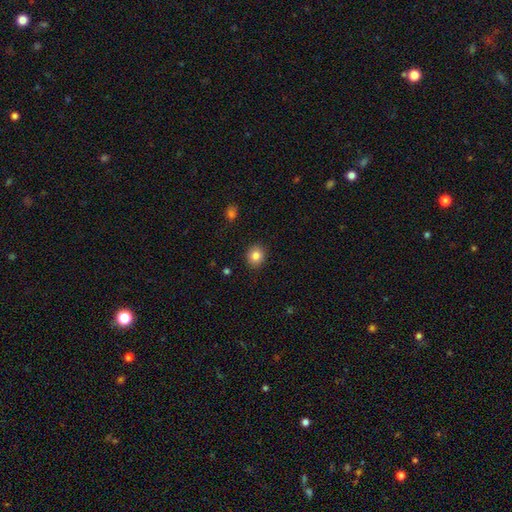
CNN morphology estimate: Smooth or featured? Predicted: smooth (p=0.84). How rounded? Predicted: round (p=0.75). Merging? Predicted: none (p=0.90).